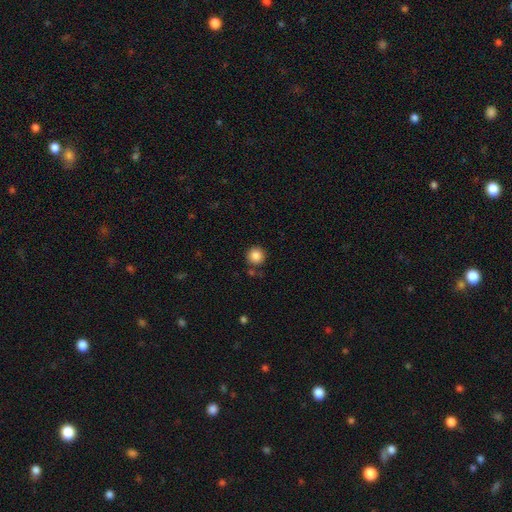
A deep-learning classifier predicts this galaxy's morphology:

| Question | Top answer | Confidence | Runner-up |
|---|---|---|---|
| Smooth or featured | smooth | 86% | star or artifact (10%) |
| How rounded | round | 95% | in between (4%) |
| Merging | none | 85% | minor disturbance (8%) |